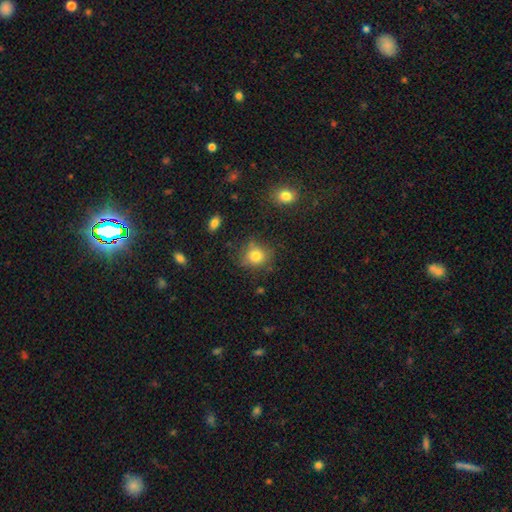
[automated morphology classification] Smooth or featured? Predicted: smooth (p=0.80). How rounded? Predicted: round (p=0.74). Merging? Predicted: none (p=0.73).